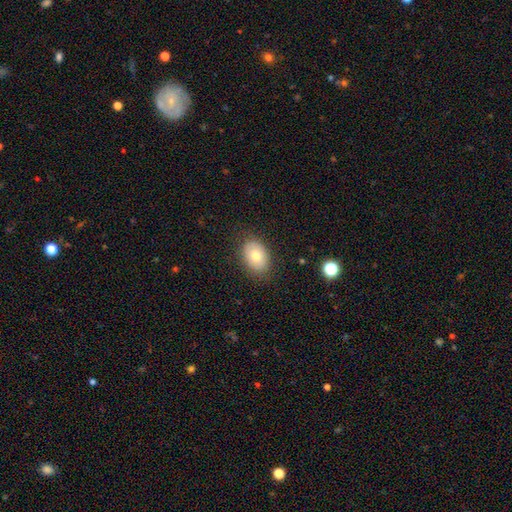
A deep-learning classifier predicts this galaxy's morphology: Smooth or featured?
  - smooth: 74% *
  - featured or disk: 18%
  - star or artifact: 9%
How rounded?
  - in between: 75% *
  - round: 24%
  - cigar-shaped: 1%
Merging?
  - none: 84% *
  - minor disturbance: 12%
  - major disturbance: 3%
  - merger: 1%